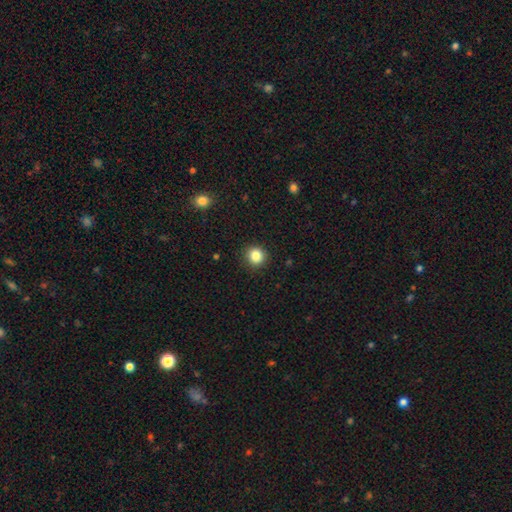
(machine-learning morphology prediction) Smooth or featured?
  - smooth: 85% *
  - star or artifact: 11%
  - featured or disk: 4%
How rounded?
  - round: 90% *
  - in between: 9%
  - cigar-shaped: 1%
Merging?
  - none: 90% *
  - minor disturbance: 7%
  - major disturbance: 2%
  - merger: 1%